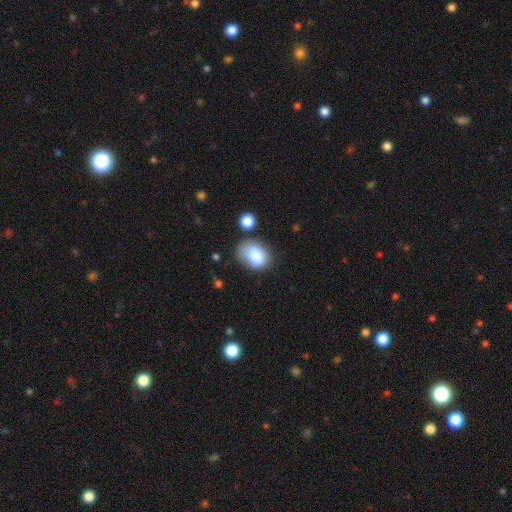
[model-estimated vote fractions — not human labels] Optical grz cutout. It shows a smooth galaxy with no disk features (84%) that is in between round and cigar-shaped (73%). Merging: none (61%).